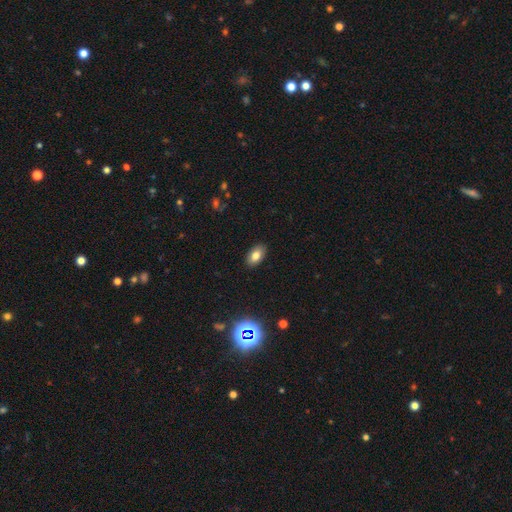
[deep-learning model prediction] This is likely a smooth galaxy (80%). How rounded: clearly in between (92%). Merging: clearly none (89%).